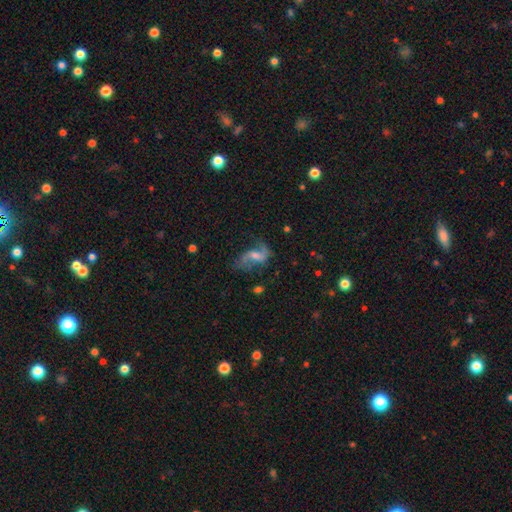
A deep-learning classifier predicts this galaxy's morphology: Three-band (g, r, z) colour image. It shows a featured or disk galaxy (72%) with a weak bar (45%), 2 (79%) loose (72%) spiral arms (87%) and a moderate central bulge (43%). Merging: none (47%).